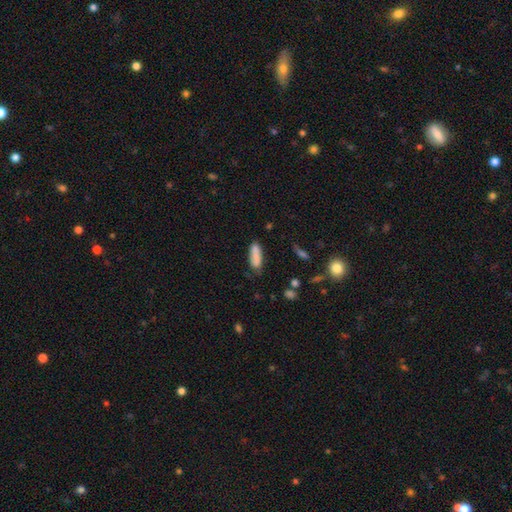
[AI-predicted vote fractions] Q: Smooth or featured?
A: smooth (85%); runner-up: star or artifact (8%)
Q: How rounded?
A: in between (60%); runner-up: cigar-shaped (38%)
Q: Merging?
A: none (65%); runner-up: minor disturbance (25%)